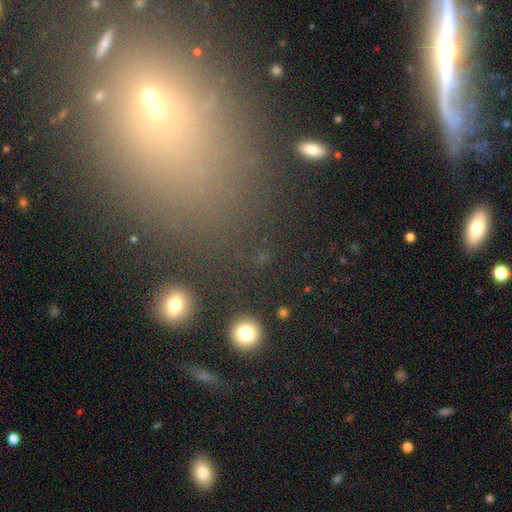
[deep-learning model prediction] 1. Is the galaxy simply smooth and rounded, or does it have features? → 45% star or artifact, 38% smooth, 17% featured or disk.